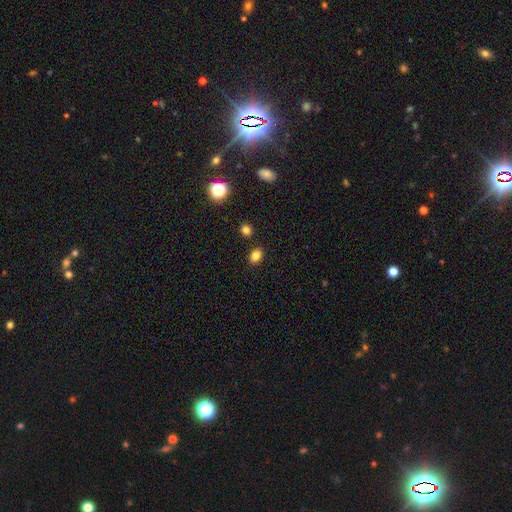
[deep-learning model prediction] smooth-or-featured: smooth: 82% | star or artifact: 13% | featured or disk: 5%
  how-rounded: in between: 62% | round: 37% | cigar-shaped: 1%
  merging: none: 86% | minor disturbance: 8% | merger: 4% | major disturbance: 2%